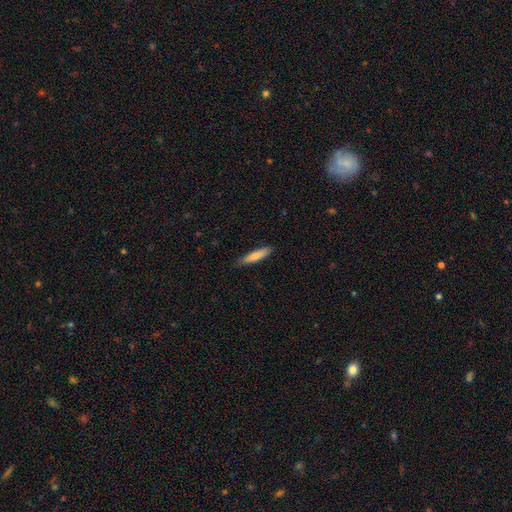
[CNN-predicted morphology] This is clearly a smooth galaxy (80%). How rounded: clearly cigar-shaped (81%). Merging: clearly none (84%).